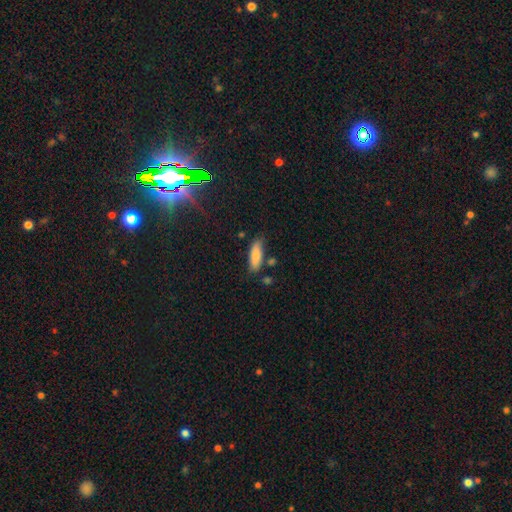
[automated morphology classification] Smooth or featured? Predicted: smooth (p=0.85). How rounded? Predicted: in between (p=0.63). Merging? Predicted: none (p=0.73).